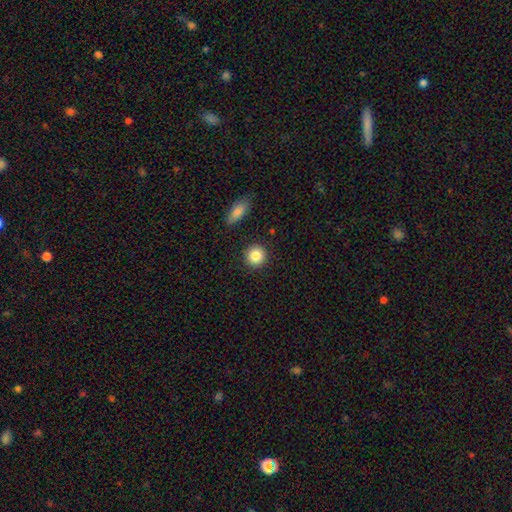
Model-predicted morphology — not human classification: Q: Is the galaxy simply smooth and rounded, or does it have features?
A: smooth — 86%.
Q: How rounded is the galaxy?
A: round — 92%.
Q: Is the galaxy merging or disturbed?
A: none — 89%.